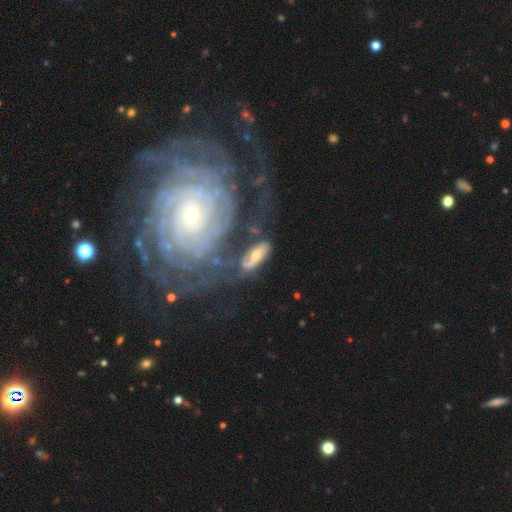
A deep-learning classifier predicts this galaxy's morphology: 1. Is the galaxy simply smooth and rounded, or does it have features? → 59% featured or disk, 33% smooth, 7% star or artifact.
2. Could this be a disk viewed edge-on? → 87% no, 13% yes.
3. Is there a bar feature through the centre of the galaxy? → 50% no, 32% weak, 18% strong.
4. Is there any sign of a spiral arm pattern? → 75% yes, 25% no.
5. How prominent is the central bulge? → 63% moderate, 27% small, 6% large, 2% none, 1% dominant.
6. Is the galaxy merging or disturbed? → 53% none, 21% minor disturbance, 13% major disturbance, 13% merger.